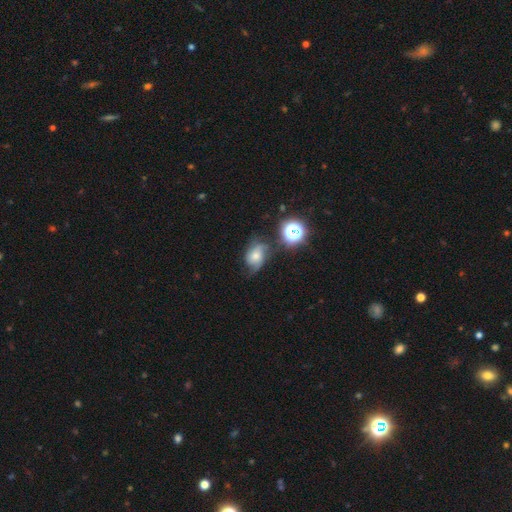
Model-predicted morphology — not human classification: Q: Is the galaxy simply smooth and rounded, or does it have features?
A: featured or disk — 58%.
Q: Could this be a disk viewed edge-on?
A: no — 96%.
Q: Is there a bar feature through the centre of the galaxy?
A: no — 65%.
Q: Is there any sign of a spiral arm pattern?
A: yes — 90%.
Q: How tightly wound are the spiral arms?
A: medium — 44%.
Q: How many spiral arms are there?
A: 2 — 59%.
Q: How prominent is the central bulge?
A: moderate — 52%.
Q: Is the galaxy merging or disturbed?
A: none — 58%.